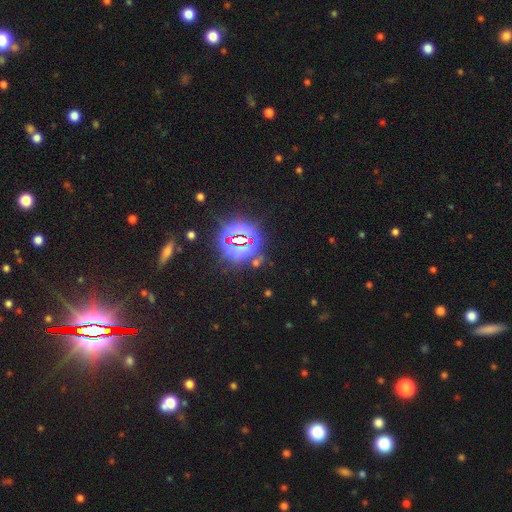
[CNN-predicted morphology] This appears to be a star or artifact, not a galaxy (84%).